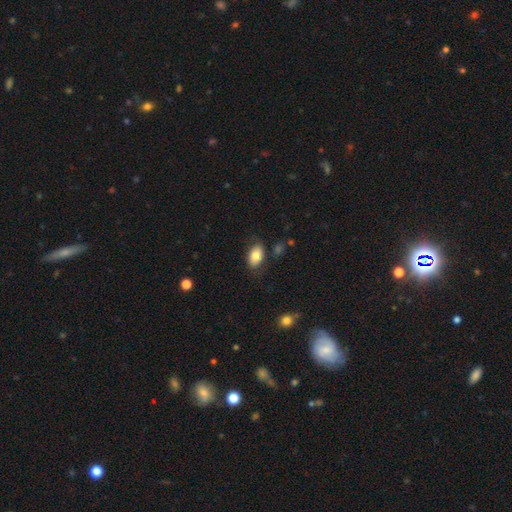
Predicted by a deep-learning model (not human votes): Smooth or featured? smooth (82%)
How rounded? in between (91%)
Merging? none (79%)